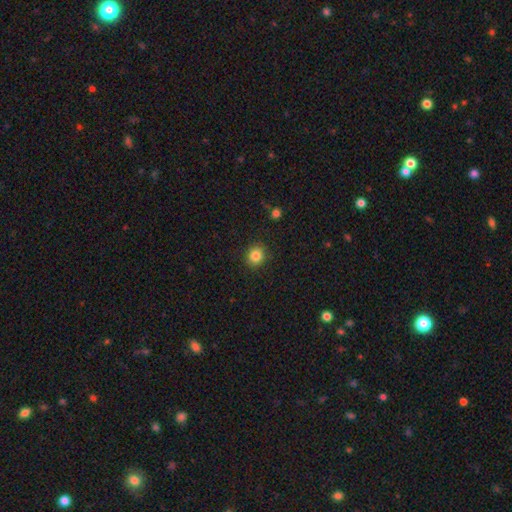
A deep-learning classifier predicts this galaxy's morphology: smooth-or-featured: smooth: 84% | star or artifact: 11% | featured or disk: 5%
  how-rounded: round: 81% | in between: 18% | cigar-shaped: 1%
  merging: none: 89% | minor disturbance: 8% | major disturbance: 2% | merger: 1%